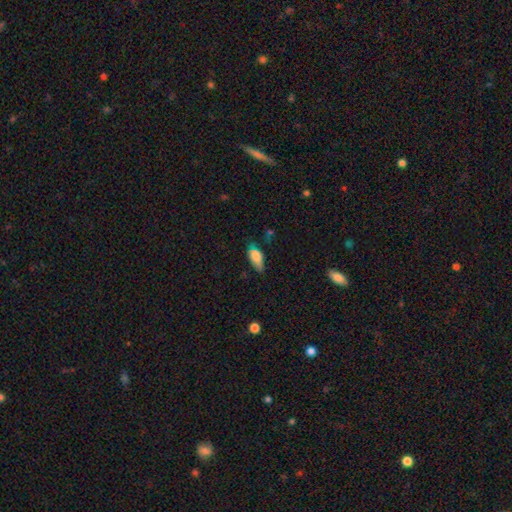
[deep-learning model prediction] Smooth or featured? Predicted: smooth (p=0.77). How rounded? Predicted: in between (p=0.84). Merging? Predicted: none (p=0.48).